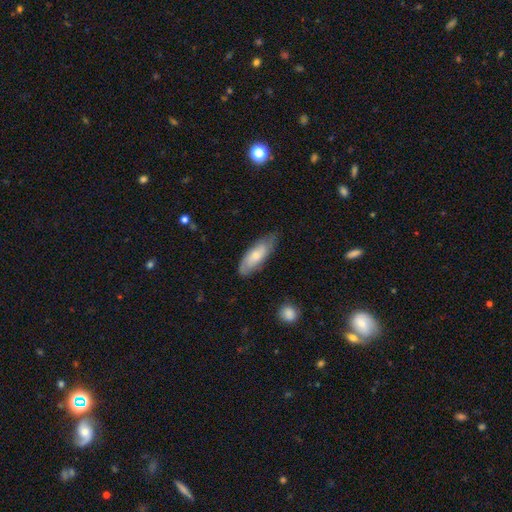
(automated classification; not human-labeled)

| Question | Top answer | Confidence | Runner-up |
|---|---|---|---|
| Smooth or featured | smooth | 63% | featured or disk (32%) |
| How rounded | in between | 65% | cigar-shaped (33%) |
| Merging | none | 68% | minor disturbance (25%) |